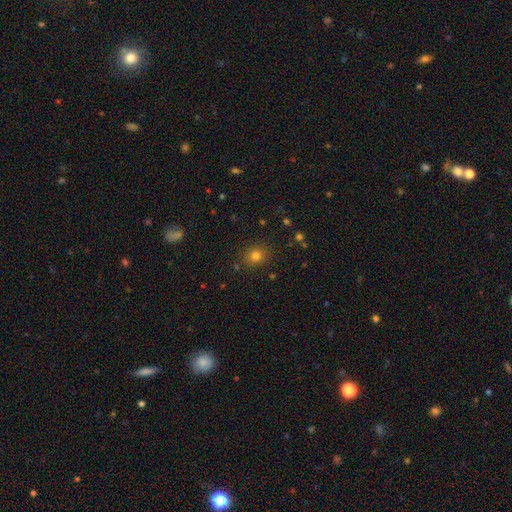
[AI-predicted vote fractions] smooth-or-featured: smooth: 77% | star or artifact: 16% | featured or disk: 7%
  how-rounded: round: 69% | in between: 30% | cigar-shaped: 1%
  merging: none: 87% | minor disturbance: 9% | major disturbance: 3% | merger: 2%